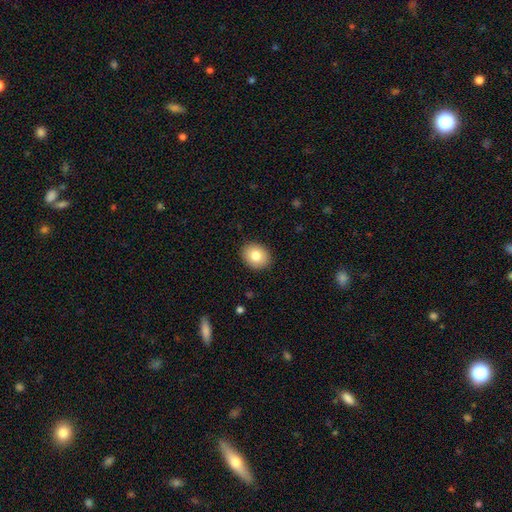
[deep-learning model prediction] A smooth galaxy with no disk features (81%) that is round (55%).

Vote fractions:
- Smooth or featured? smooth: 81% / featured or disk: 11% / star or artifact: 8%
- How rounded? round: 55% / in between: 44% / cigar-shaped: 1%
- Merging? none: 90% / minor disturbance: 7% / major disturbance: 2% / merger: 1%